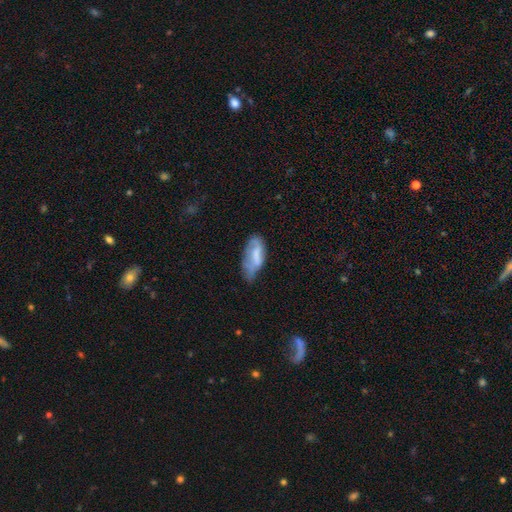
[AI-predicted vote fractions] smooth-or-featured: smooth: 59% | featured or disk: 33% | star or artifact: 8%
  how-rounded: in between: 86% | cigar-shaped: 12% | round: 2%
  merging: minor disturbance: 40% | none: 34% | major disturbance: 22% | merger: 4%